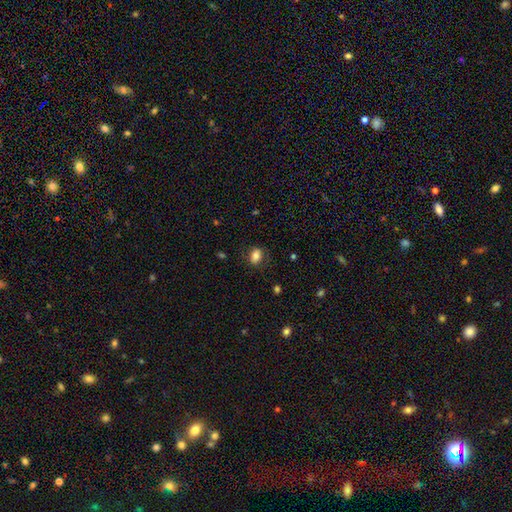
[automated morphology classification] Smooth or featured? smooth (82%)
How rounded? in between (79%)
Merging? none (78%)